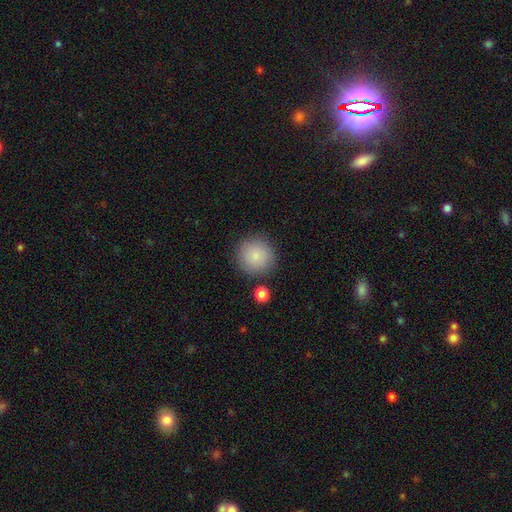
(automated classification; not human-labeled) Smooth or featured? Predicted: smooth (p=0.87). How rounded? Predicted: round (p=0.93). Merging? Predicted: none (p=0.85).